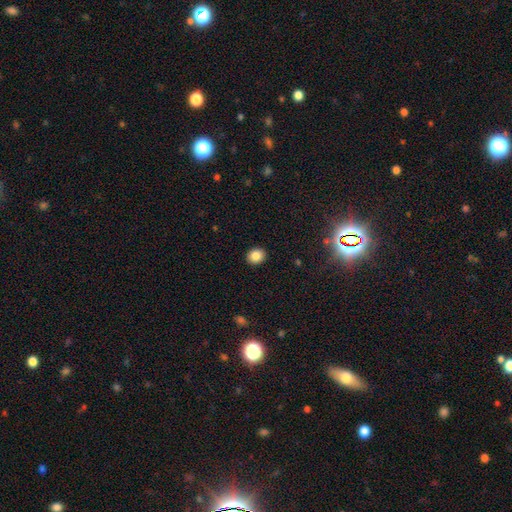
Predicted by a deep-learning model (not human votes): This appears to be a smooth galaxy with no disk features (85%) that is round (69%). Merging: none (91%).